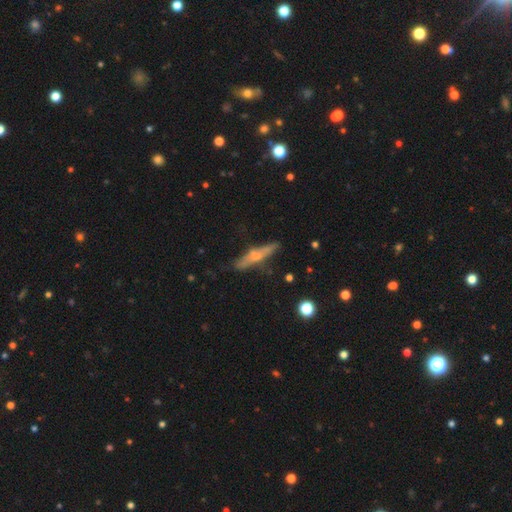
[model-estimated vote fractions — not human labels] Morphology: type=smooth (46%, tied with featured or disk); merging=none (71%).